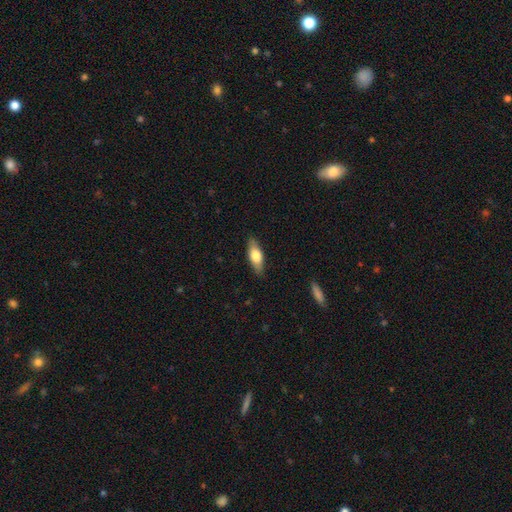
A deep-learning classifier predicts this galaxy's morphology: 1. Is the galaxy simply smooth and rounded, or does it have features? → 66% smooth, 28% featured or disk, 6% star or artifact.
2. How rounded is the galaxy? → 68% in between, 29% cigar-shaped, 3% round.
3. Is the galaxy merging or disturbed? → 86% none, 11% minor disturbance, 2% major disturbance, 1% merger.